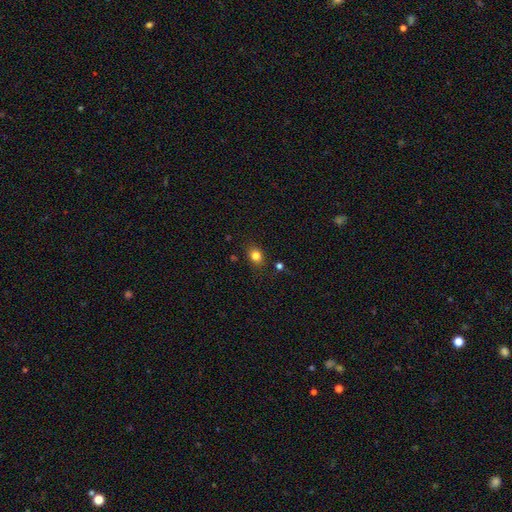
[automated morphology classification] Q: Smooth or featured?
A: smooth (81%); runner-up: star or artifact (12%)
Q: How rounded?
A: in between (51%); runner-up: round (48%)
Q: Merging?
A: none (81%); runner-up: minor disturbance (12%)